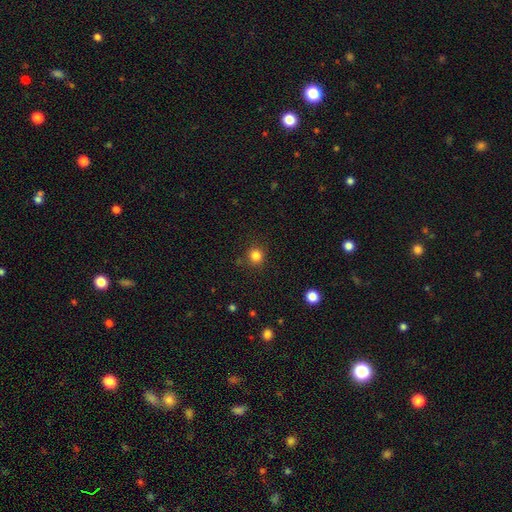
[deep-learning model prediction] Q: Smooth or featured?
A: smooth (83%); runner-up: star or artifact (13%)
Q: How rounded?
A: round (92%); runner-up: in between (7%)
Q: Merging?
A: none (87%); runner-up: minor disturbance (8%)